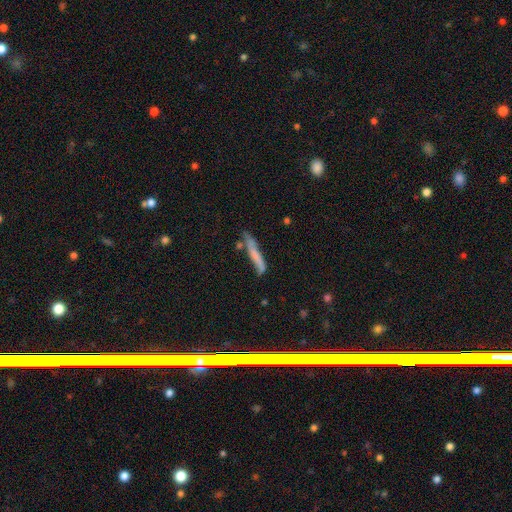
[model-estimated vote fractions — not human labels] A smooth galaxy with no disk features (58%) that is cigar-shaped (92%).

Vote fractions:
- Smooth or featured? smooth: 58% / featured or disk: 32% / star or artifact: 9%
- How rounded? cigar-shaped: 92% / in between: 6% / round: 2%
- Merging? none: 59% / minor disturbance: 25% / merger: 8% / major disturbance: 8%